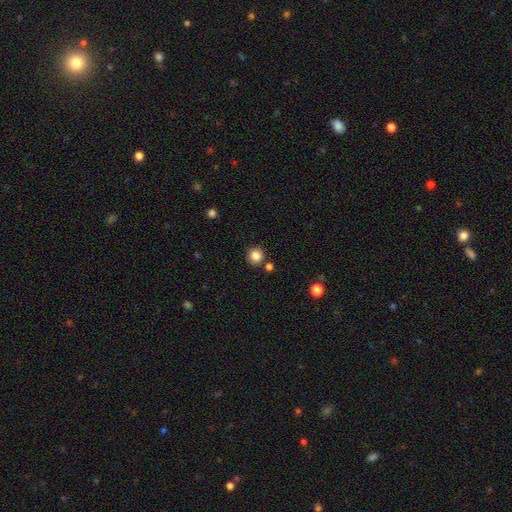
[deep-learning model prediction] A smooth galaxy with no disk features (85%) that is round (92%). Merging: none (84%).